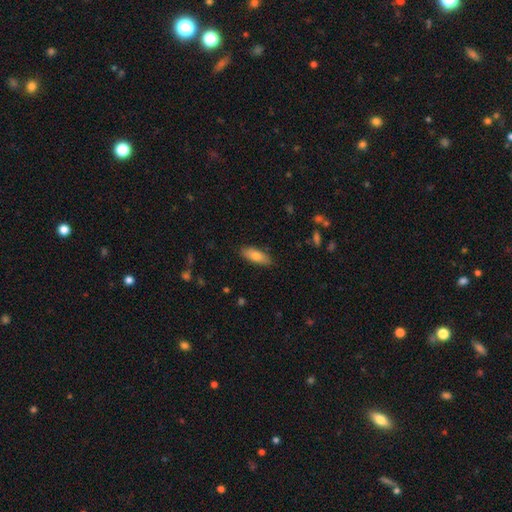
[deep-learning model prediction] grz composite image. It shows a smooth galaxy with no disk features (79%) that is in between round and cigar-shaped (72%). Merging: none (86%).